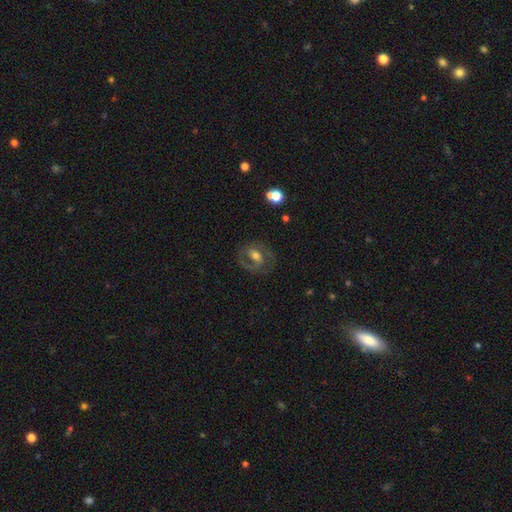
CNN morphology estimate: Smooth or featured? featured or disk (79%)
Edge-on disk? no (97%)
Bar? weak (45%)
Spiral arms? yes (90%)
Spiral winding? medium (55%)
Spiral arm count? 2 (83%)
Bulge size? moderate (58%)
Merging? none (75%)